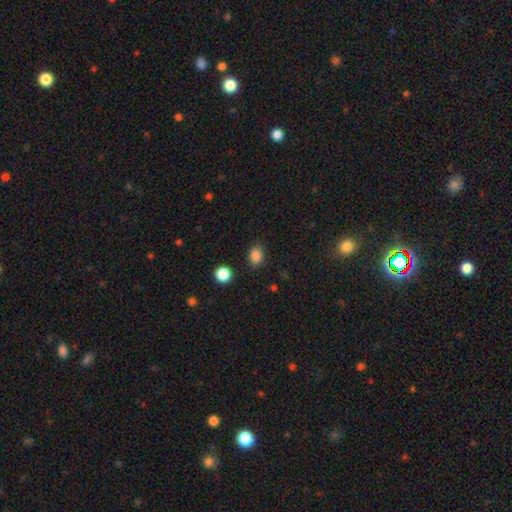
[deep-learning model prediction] Smooth or featured?
  - smooth: 85% *
  - star or artifact: 12%
  - featured or disk: 4%
How rounded?
  - in between: 58% *
  - round: 41%
  - cigar-shaped: 1%
Merging?
  - none: 82% *
  - minor disturbance: 13%
  - major disturbance: 4%
  - merger: 2%